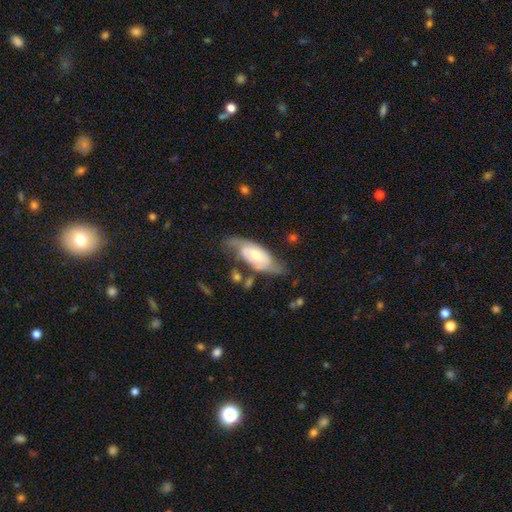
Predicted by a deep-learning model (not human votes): Smooth or featured: featured or disk — 63% (smooth — 31%)
Edge-on disk: no — 85% (yes — 15%)
Bar: no — 59% (weak — 32%)
Spiral arms: yes — 81% (no — 19%)
Bulge size: moderate — 56% (small — 20%)
Merging: none — 48% (minor disturbance — 29%)